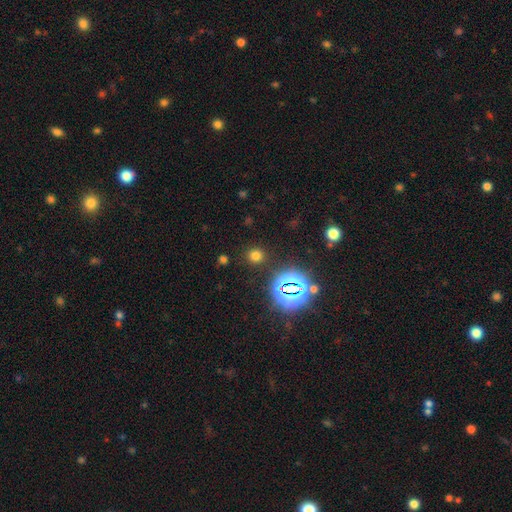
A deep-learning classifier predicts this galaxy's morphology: type=smooth (66%); roundness=round (85%); merging=none (88%).